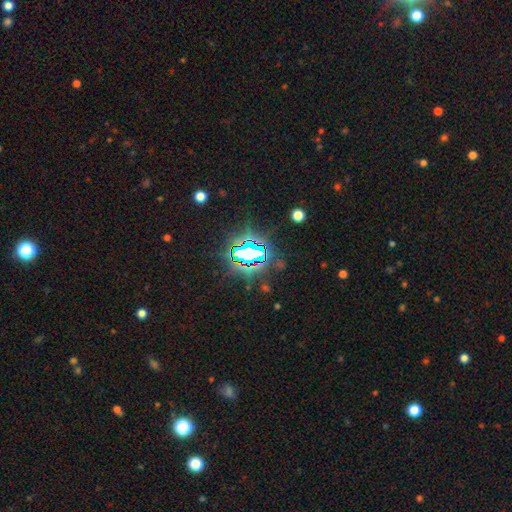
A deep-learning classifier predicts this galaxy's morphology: Smooth or featured? star or artifact (79%)